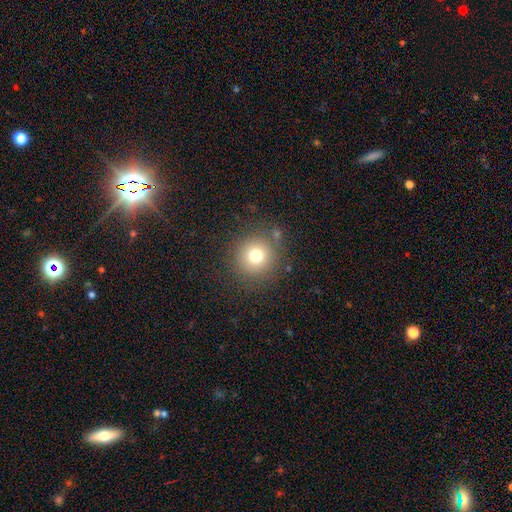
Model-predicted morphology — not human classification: The model was most divided on "smooth or featured": smooth: 74%, star or artifact: 15%, featured or disk: 11%. More confident: how rounded — round (94%); merging — none (83%).